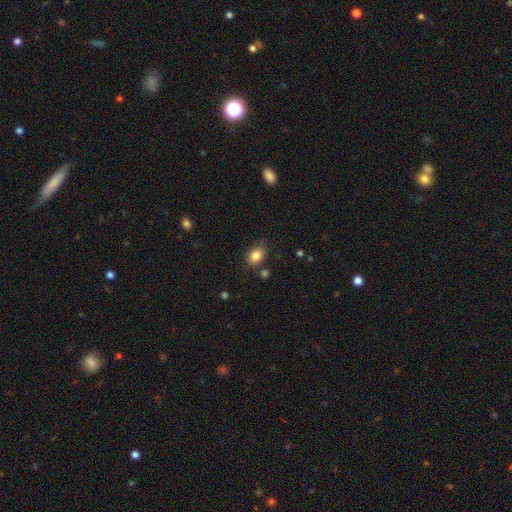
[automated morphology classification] This appears to be a smooth galaxy with no disk features (84%) that is in between round and cigar-shaped (61%). Merging: none (77%).